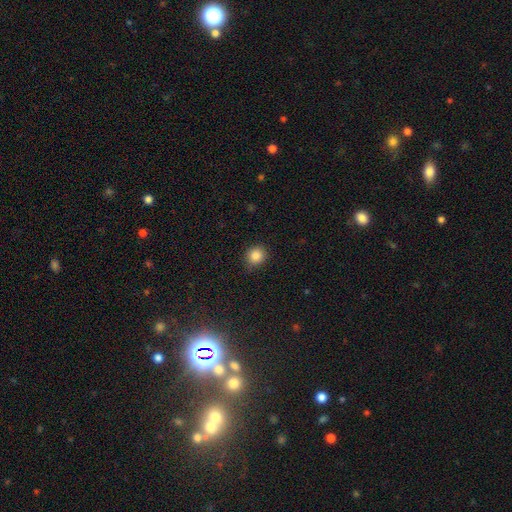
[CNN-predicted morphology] Smooth or featured? smooth (85%)
How rounded? round (86%)
Merging? none (83%)